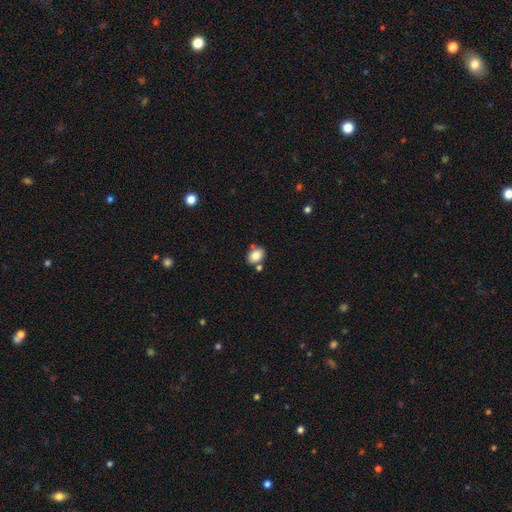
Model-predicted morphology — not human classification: Smooth or featured: smooth — 83% (star or artifact — 9%)
How rounded: in between — 74% (round — 25%)
Merging: none — 71% (minor disturbance — 13%)